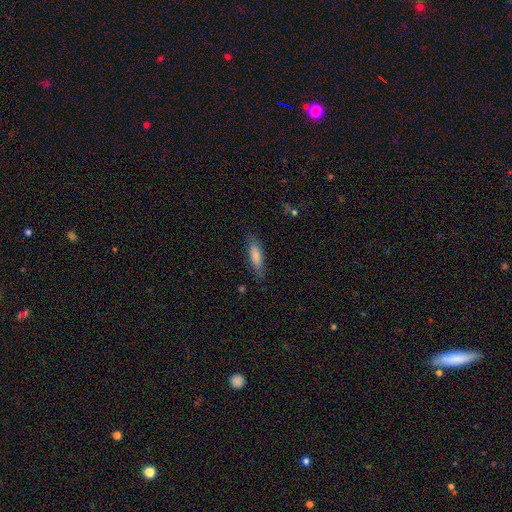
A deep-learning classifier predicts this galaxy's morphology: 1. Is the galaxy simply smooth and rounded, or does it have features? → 81% smooth, 13% featured or disk, 6% star or artifact.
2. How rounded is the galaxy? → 53% cigar-shaped, 45% in between, 2% round.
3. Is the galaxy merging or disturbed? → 78% none, 17% minor disturbance, 4% major disturbance, 1% merger.